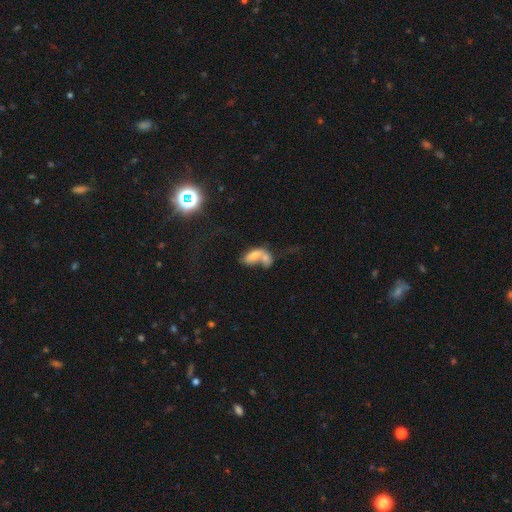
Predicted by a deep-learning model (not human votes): Q: Smooth or featured?
A: smooth (59%); runner-up: featured or disk (29%)
Q: How rounded?
A: in between (85%); runner-up: round (9%)
Q: Merging?
A: merger (73%); runner-up: none (13%)